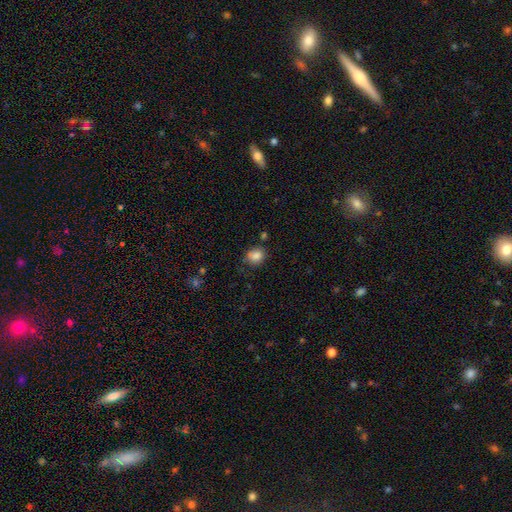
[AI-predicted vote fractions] The model was most divided on "how rounded": round: 57%, in between: 42%, cigar-shaped: 1%. More confident: smooth or featured — smooth (85%); merging — none (71%).